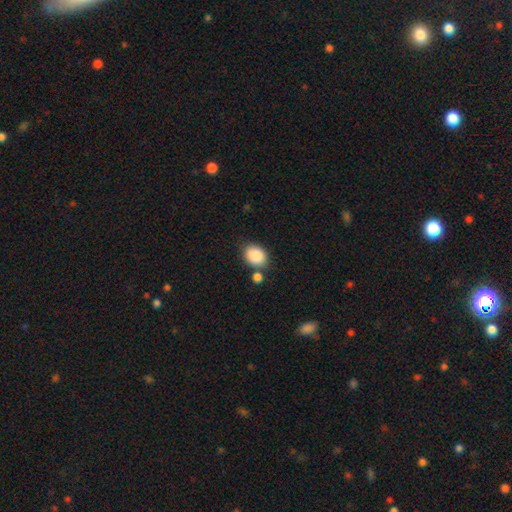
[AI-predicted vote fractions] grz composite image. It shows a smooth galaxy with no disk features (87%) that is in between round and cigar-shaped (62%). Merging: none (66%).